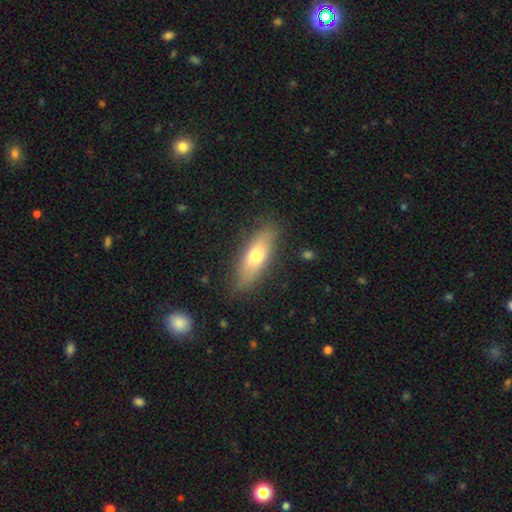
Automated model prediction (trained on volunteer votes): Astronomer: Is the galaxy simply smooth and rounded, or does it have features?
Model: smooth — 64%.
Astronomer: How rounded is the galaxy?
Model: in between — 56% (runner-up: cigar-shaped, 42%).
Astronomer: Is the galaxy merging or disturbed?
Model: none — 82%.